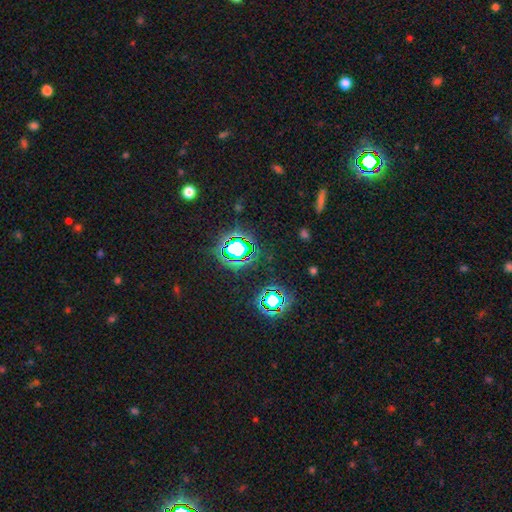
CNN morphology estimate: star or artifact 79%, smooth 13%, featured or disk 8%.